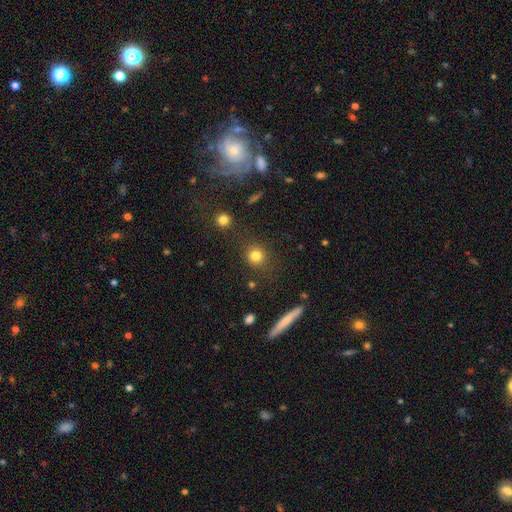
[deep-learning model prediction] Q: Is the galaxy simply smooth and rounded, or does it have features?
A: smooth — 80%.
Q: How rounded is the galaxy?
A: round — 89%.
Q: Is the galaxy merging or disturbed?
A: none — 84%.